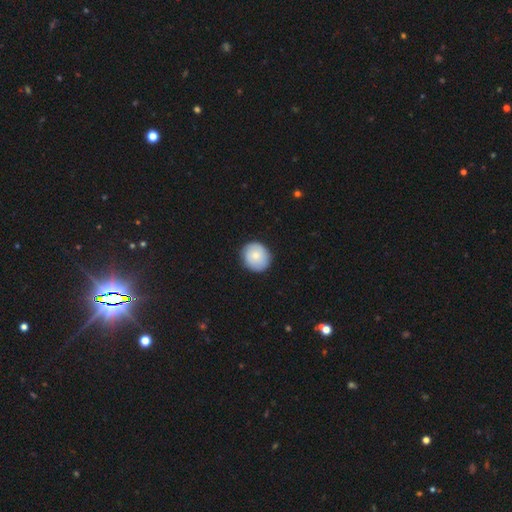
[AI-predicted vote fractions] A smooth galaxy with no disk features (78%) that is round (84%). Merging: none (88%).